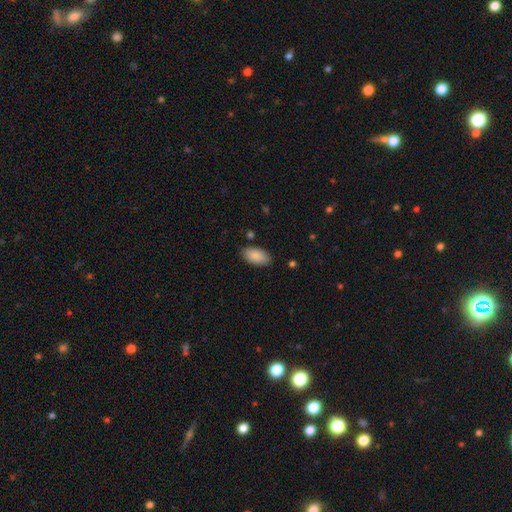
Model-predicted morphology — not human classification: This appears to be a smooth galaxy with no disk features (89%) that is in between round and cigar-shaped (94%). Merging: none (85%).